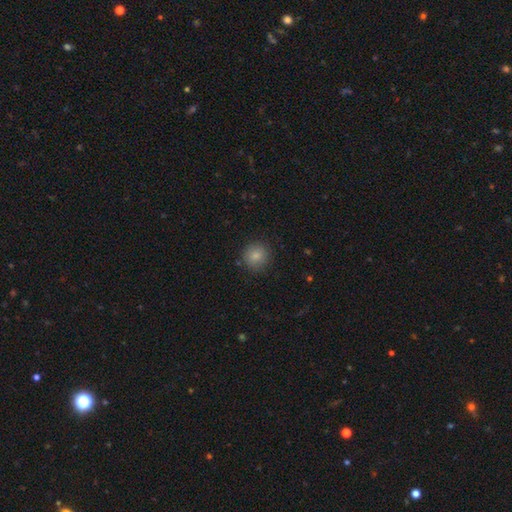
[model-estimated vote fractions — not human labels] Smooth or featured? smooth (84%)
How rounded? round (90%)
Merging? none (87%)